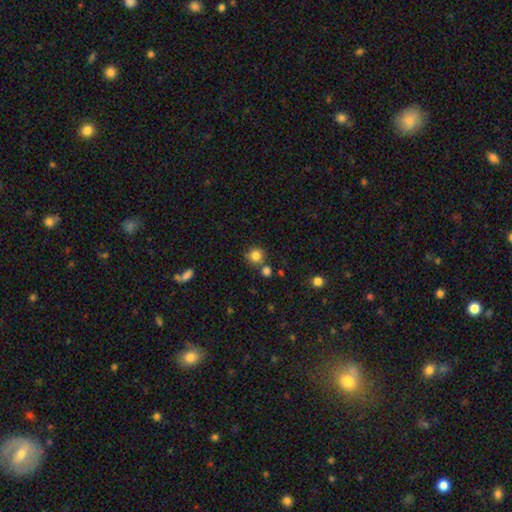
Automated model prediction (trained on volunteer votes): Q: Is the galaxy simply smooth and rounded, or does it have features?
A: smooth — 83%.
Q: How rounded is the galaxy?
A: round — 91%.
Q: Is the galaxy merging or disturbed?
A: none — 73%.